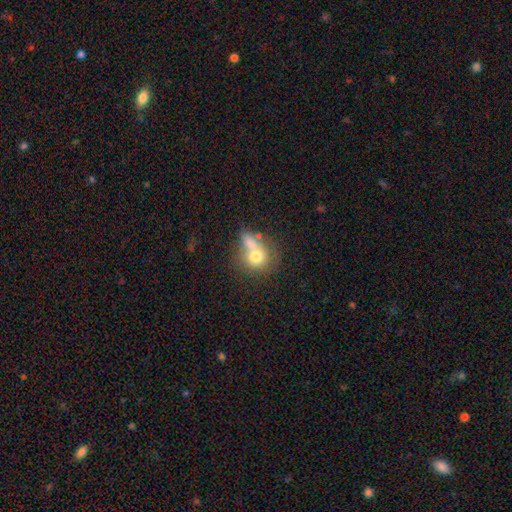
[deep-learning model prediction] A smooth galaxy with no disk features (70%) that is round (70%).

Vote fractions:
- Smooth or featured? smooth: 70% / featured or disk: 21% / star or artifact: 9%
- How rounded? round: 70% / in between: 29% / cigar-shaped: 2%
- Merging? merger: 54% / none: 27% / minor disturbance: 11% / major disturbance: 8%